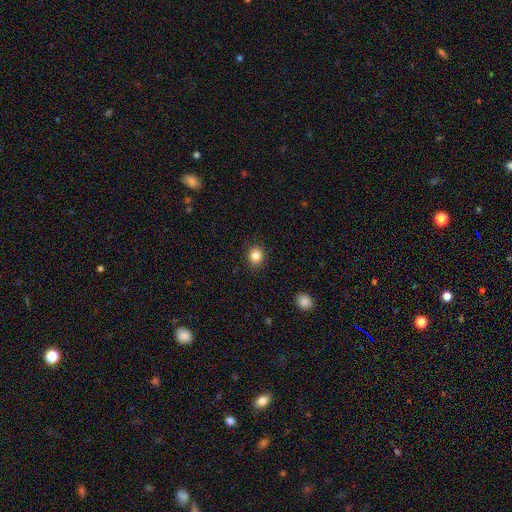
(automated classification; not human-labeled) Overall: smooth (84%). How rounded: round (72%). Merging: none (89%).